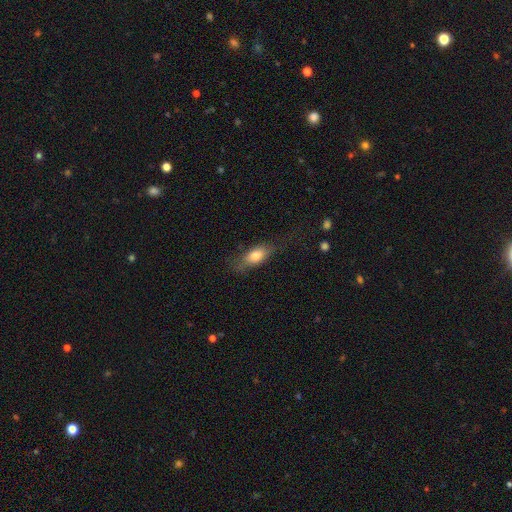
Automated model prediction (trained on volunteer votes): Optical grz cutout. It shows a smooth galaxy with no disk features (73%) that is in between round and cigar-shaped (77%). Merging: none (56%).